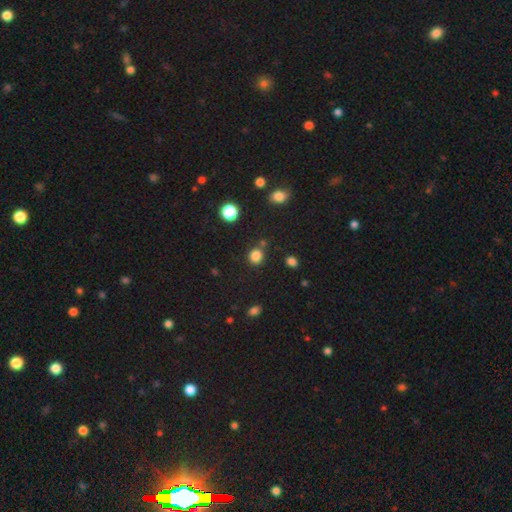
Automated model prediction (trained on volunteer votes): smooth-or-featured: smooth: 83% | star or artifact: 13% | featured or disk: 4%
  how-rounded: round: 82% | in between: 17% | cigar-shaped: 1%
  merging: none: 77% | minor disturbance: 10% | merger: 9% | major disturbance: 3%